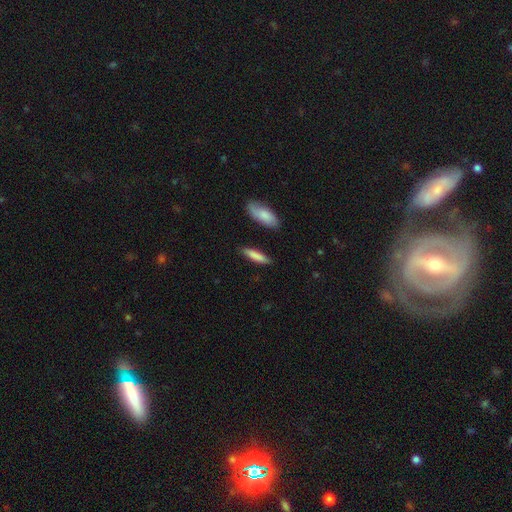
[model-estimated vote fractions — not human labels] Smooth or featured? smooth (82%)
How rounded? cigar-shaped (74%)
Merging? none (85%)